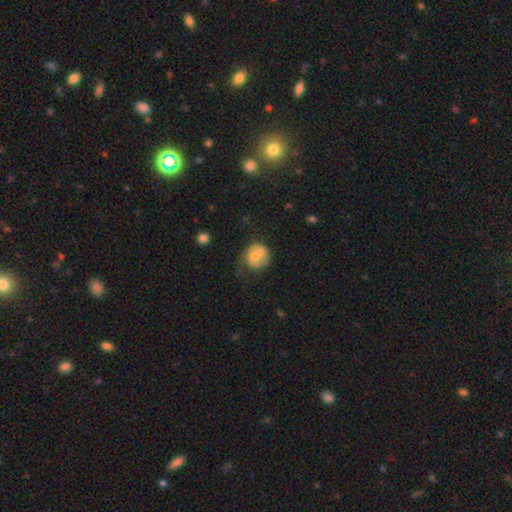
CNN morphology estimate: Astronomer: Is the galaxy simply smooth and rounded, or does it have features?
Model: smooth — 49% (runner-up: featured or disk, 43%).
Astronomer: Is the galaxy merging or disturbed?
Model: none — 35% (runner-up: merger, 32%).